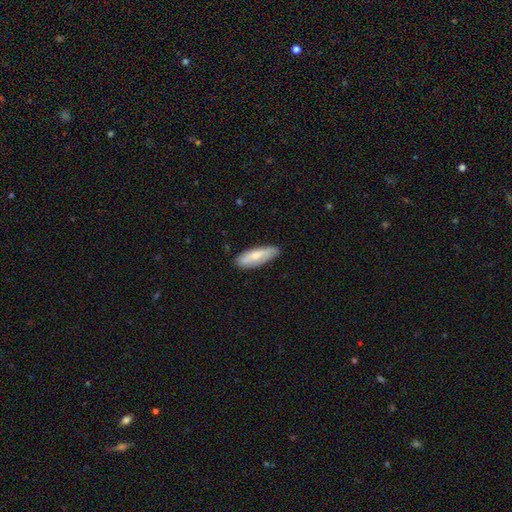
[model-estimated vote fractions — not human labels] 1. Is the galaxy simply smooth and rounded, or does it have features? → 64% smooth, 30% featured or disk, 6% star or artifact.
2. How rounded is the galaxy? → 58% in between, 40% cigar-shaped, 2% round.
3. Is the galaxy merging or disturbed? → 80% none, 16% minor disturbance, 3% major disturbance, 1% merger.